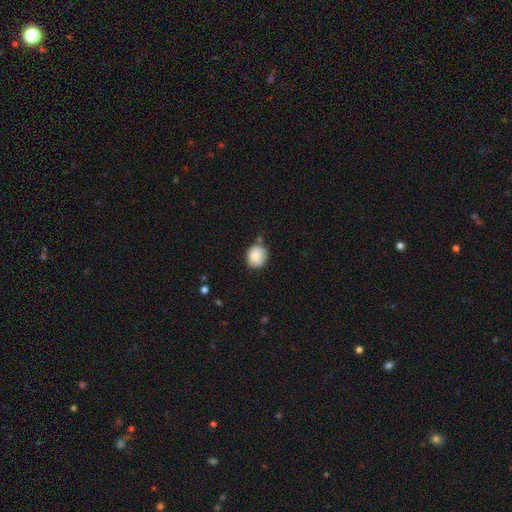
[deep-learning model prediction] Smooth or featured? smooth (85%)
How rounded? round (77%)
Merging? none (72%)